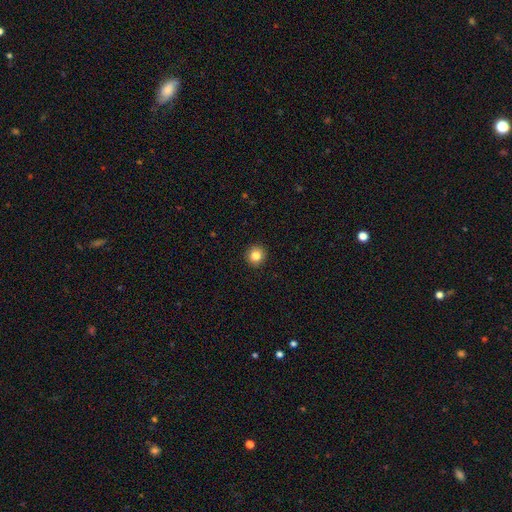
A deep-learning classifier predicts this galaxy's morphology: This appears to be a smooth galaxy with no disk features (84%) that is round (94%). Merging: none (93%).